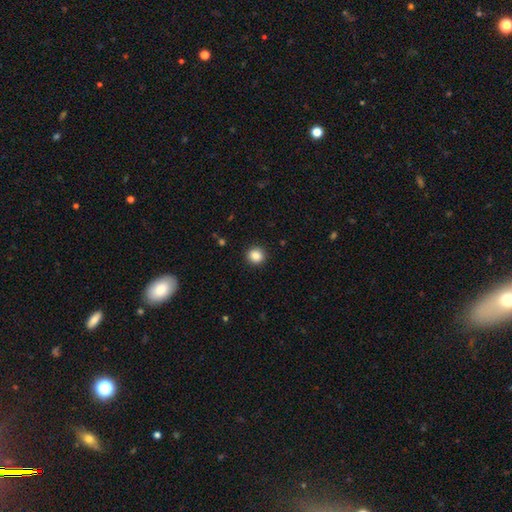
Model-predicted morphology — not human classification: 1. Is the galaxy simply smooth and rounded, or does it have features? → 86% smooth, 10% star or artifact, 4% featured or disk.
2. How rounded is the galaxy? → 91% round, 8% in between, 1% cigar-shaped.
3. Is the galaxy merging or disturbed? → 91% none, 6% minor disturbance, 2% major disturbance, 1% merger.